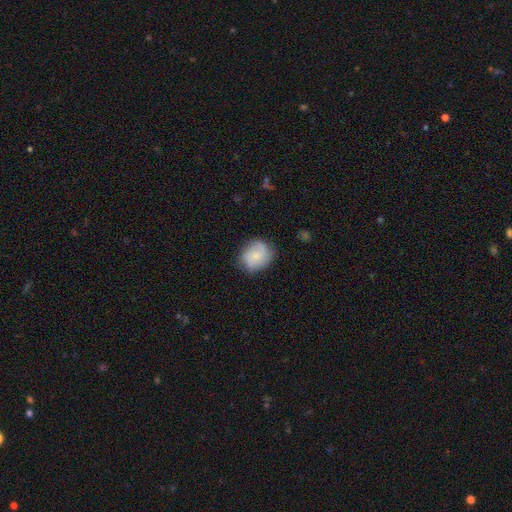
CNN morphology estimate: This is possibly a smooth galaxy (57%). How rounded: likely round (65%). Merging: likely none (68%).